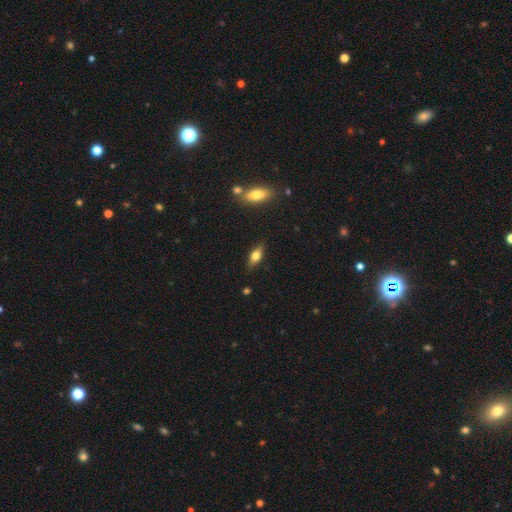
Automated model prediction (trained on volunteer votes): smooth-or-featured: smooth: 59% | featured or disk: 33% | star or artifact: 8%
  how-rounded: in between: 71% | cigar-shaped: 24% | round: 5%
  merging: none: 84% | minor disturbance: 11% | major disturbance: 3% | merger: 2%